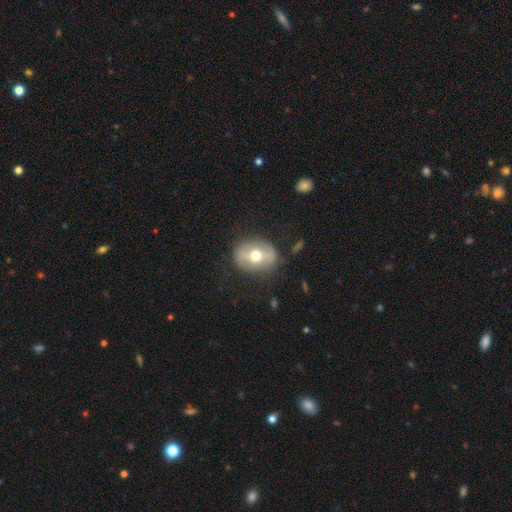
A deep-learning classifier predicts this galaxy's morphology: Smooth or featured: featured or disk — 47% (smooth — 46%)
Merging: none — 80% (minor disturbance — 13%)